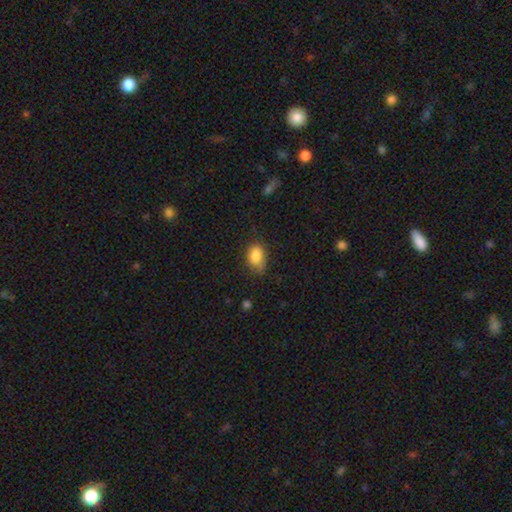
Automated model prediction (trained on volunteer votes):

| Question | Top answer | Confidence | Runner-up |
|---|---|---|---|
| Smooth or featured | smooth | 84% | star or artifact (9%) |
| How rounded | in between | 75% | round (23%) |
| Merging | none | 56% | minor disturbance (32%) |